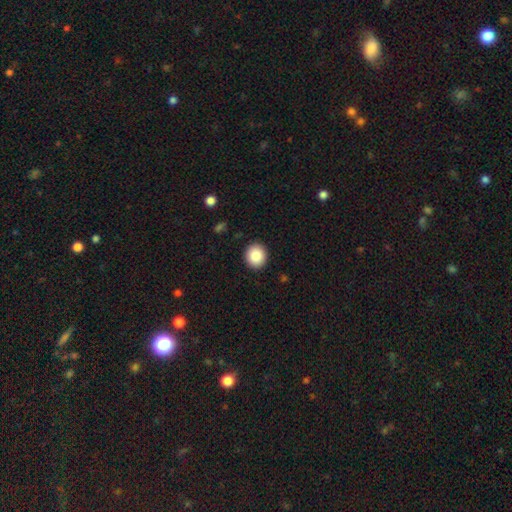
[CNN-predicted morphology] A smooth galaxy with no disk features (87%) that is round (85%).

Vote fractions:
- Smooth or featured? smooth: 87% / star or artifact: 8% / featured or disk: 5%
- How rounded? round: 85% / in between: 15% / cigar-shaped: 1%
- Merging? none: 92% / minor disturbance: 6% / major disturbance: 2% / merger: 1%